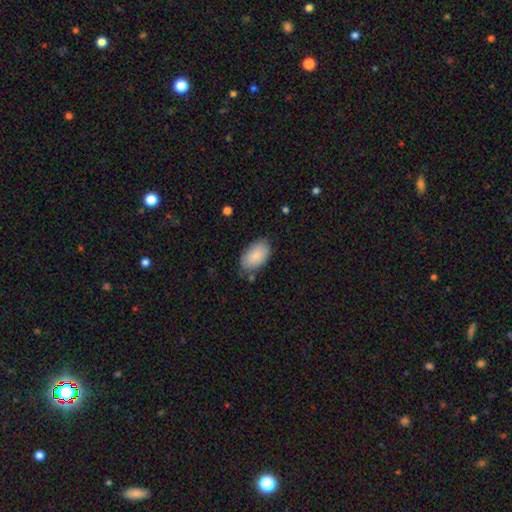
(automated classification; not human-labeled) This is clearly a smooth galaxy (86%). How rounded: clearly in between (94%). Merging: likely none (77%).